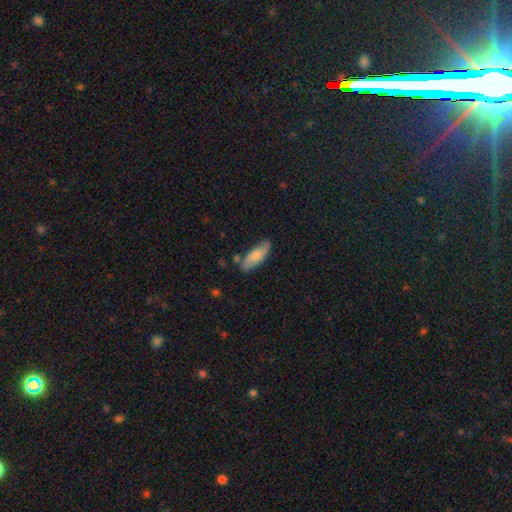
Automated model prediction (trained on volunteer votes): Smooth or featured?
  - smooth: 69% *
  - featured or disk: 25%
  - star or artifact: 6%
How rounded?
  - in between: 71% *
  - cigar-shaped: 27%
  - round: 2%
Merging?
  - none: 74% *
  - minor disturbance: 18%
  - merger: 4%
  - major disturbance: 4%